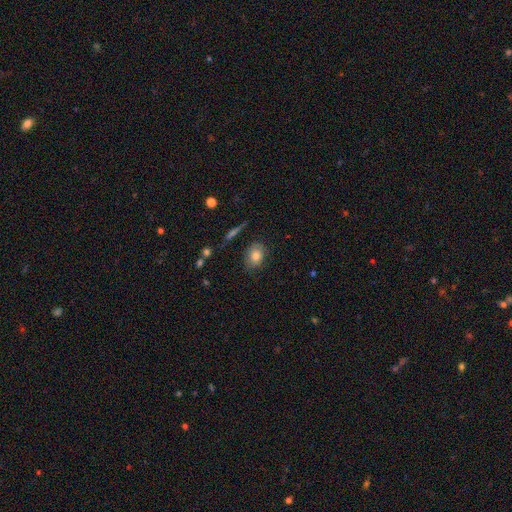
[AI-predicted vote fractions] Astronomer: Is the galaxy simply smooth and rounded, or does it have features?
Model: smooth — 80%.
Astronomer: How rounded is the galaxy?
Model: in between — 71%.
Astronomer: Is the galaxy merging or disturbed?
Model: none — 77%.